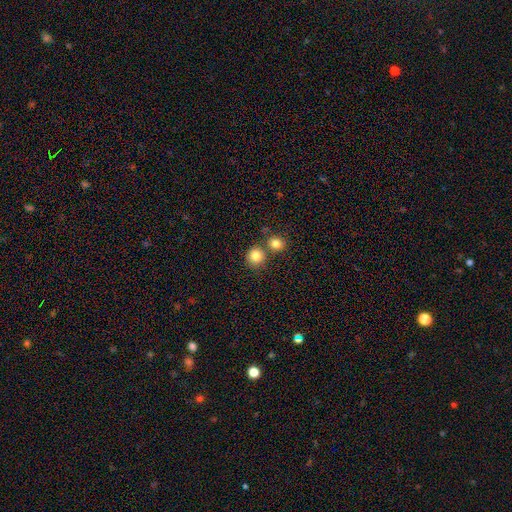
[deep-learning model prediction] Overall: smooth (83%). How rounded: round (88%). Merging: none (66%).